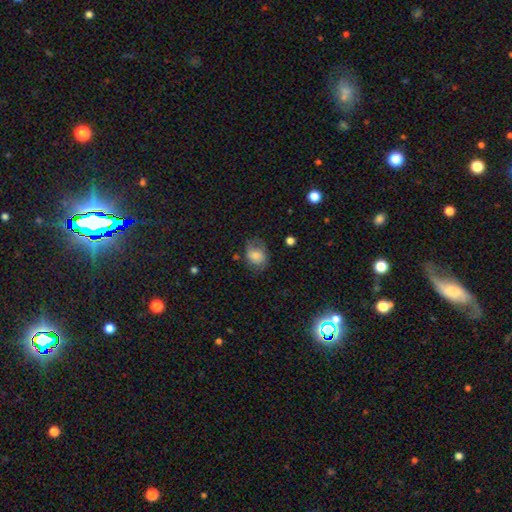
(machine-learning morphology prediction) This is likely a smooth galaxy (67%). How rounded: possibly in between (58%). Merging: possibly none (55%).